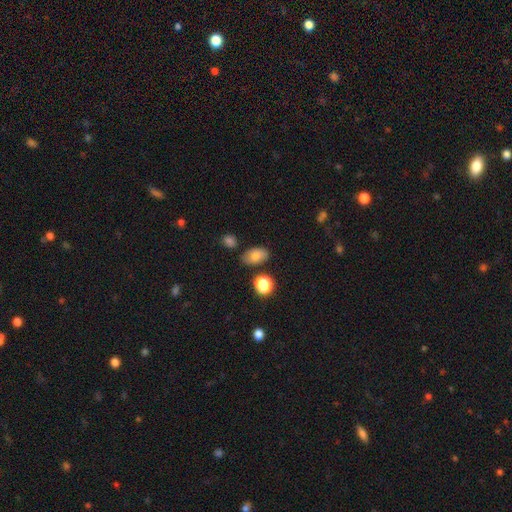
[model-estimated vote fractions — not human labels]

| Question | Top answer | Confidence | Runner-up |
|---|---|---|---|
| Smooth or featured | smooth | 79% | star or artifact (11%) |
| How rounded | in between | 87% | round (11%) |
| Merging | none | 78% | minor disturbance (14%) |